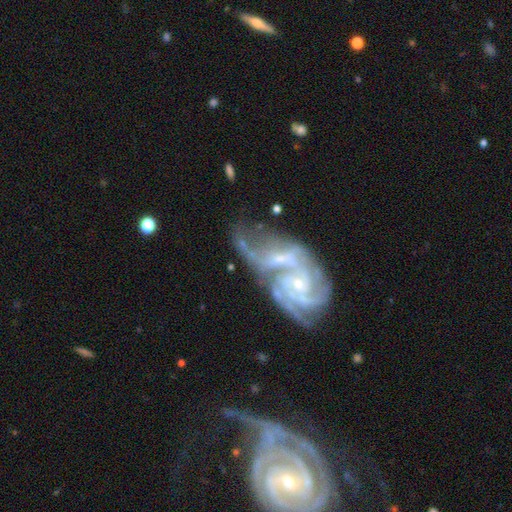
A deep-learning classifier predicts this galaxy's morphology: A featured or disk galaxy (85%) with no bar (60%), tight (46%) spiral arms (95%) and a small central bulge (71%). Merging: merger (62%).